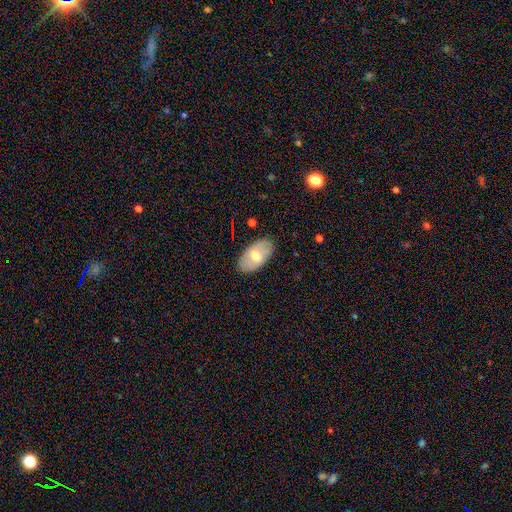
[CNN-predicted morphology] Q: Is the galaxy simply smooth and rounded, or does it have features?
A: smooth — 58%.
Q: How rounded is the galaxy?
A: in between — 94%.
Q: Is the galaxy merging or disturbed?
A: none — 87%.